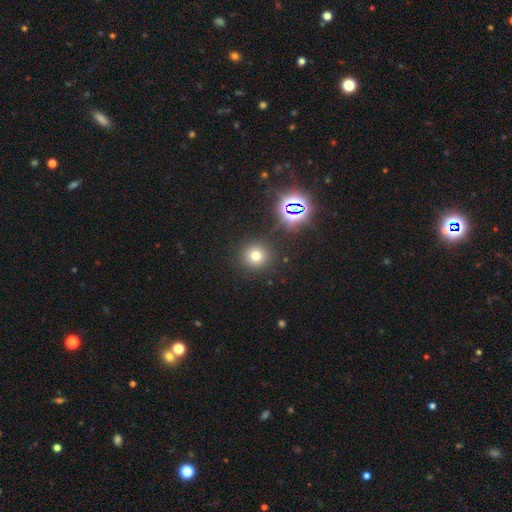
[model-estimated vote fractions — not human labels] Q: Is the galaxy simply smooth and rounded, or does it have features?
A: smooth — 69%.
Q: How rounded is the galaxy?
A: round — 92%.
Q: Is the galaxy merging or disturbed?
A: none — 87%.